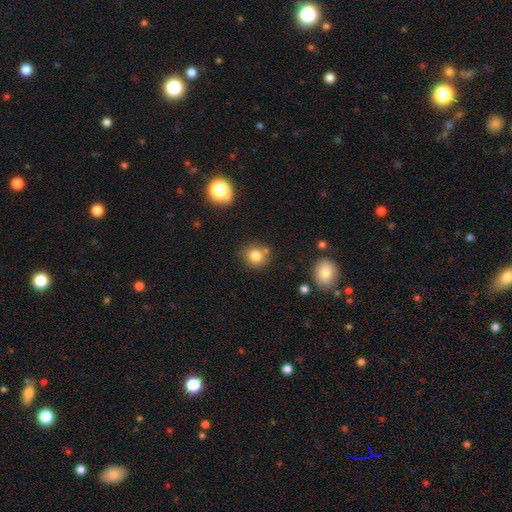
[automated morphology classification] type=smooth (80%); roundness=round (84%); merging=none (74%).